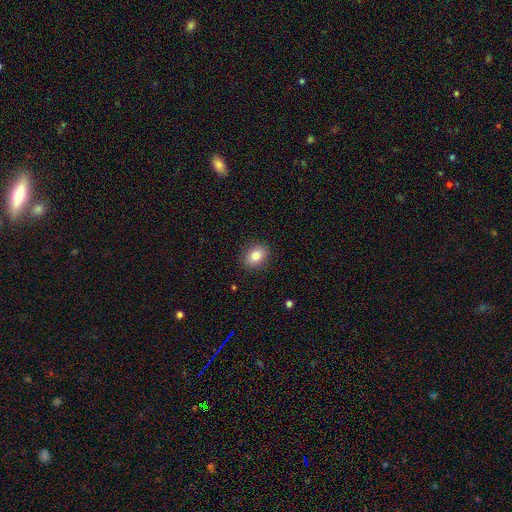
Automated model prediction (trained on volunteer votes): A smooth galaxy with no disk features (84%) that is in between round and cigar-shaped (66%). Merging: none (89%).